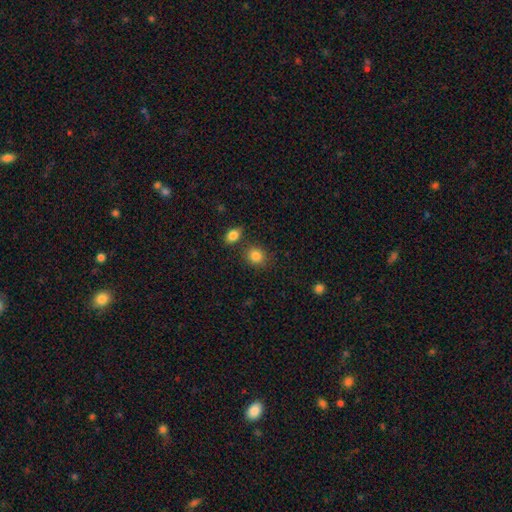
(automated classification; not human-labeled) Smooth or featured?
  - smooth: 85% *
  - star or artifact: 10%
  - featured or disk: 5%
How rounded?
  - round: 76% *
  - in between: 23%
  - cigar-shaped: 1%
Merging?
  - none: 79% *
  - minor disturbance: 10%
  - merger: 8%
  - major disturbance: 3%